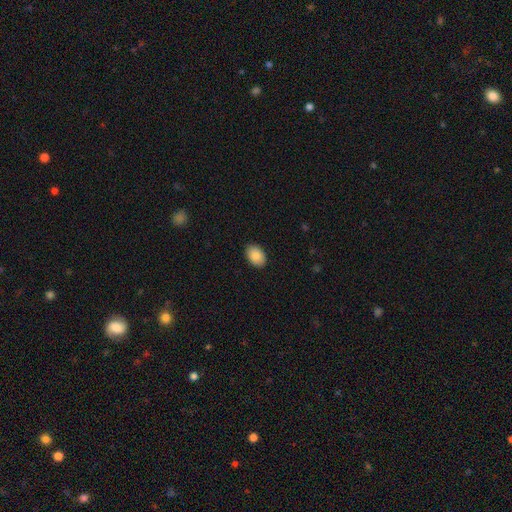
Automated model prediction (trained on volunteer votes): Morphology: type=smooth (87%); roundness=in between (86%); merging=none (90%).